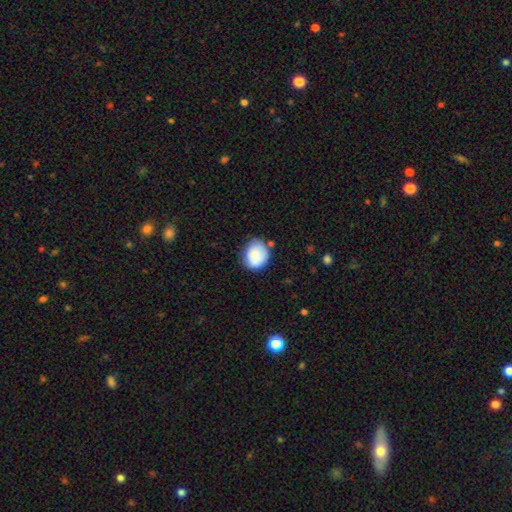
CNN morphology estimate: smooth-or-featured: smooth: 84% | featured or disk: 9% | star or artifact: 7%
  how-rounded: round: 54% | in between: 45% | cigar-shaped: 1%
  merging: none: 67% | minor disturbance: 24% | major disturbance: 5% | merger: 4%